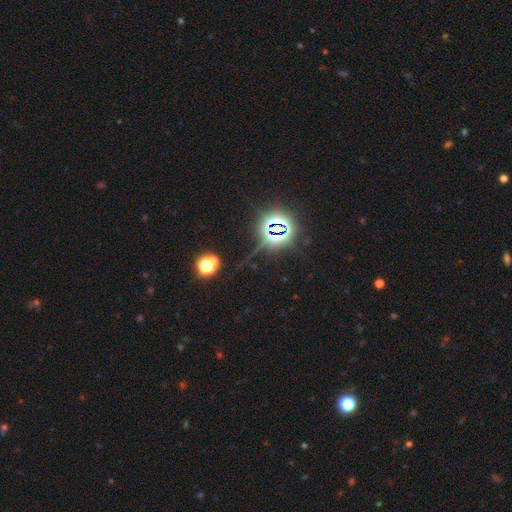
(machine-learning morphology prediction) Smooth or featured: star or artifact — 84% (smooth — 10%)